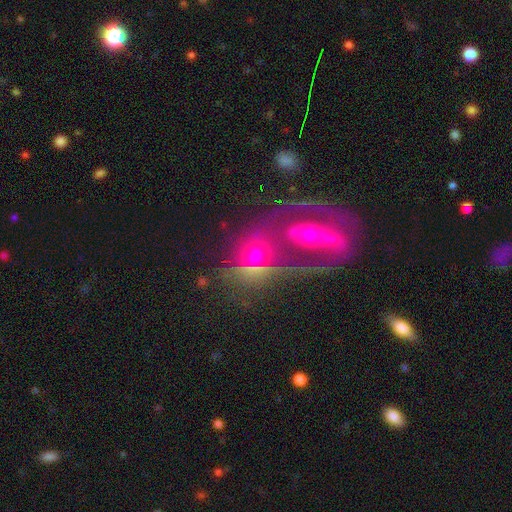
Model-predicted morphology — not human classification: The model was most divided on "smooth or featured": smooth: 36%, featured or disk: 33%, star or artifact: 31%. More confident: merging — none (61%).